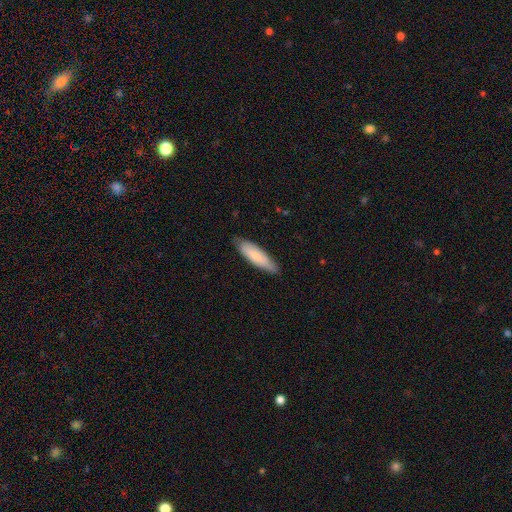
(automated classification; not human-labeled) This appears to be a smooth galaxy with no disk features (74%) that is cigar-shaped (60%). Merging: none (81%).